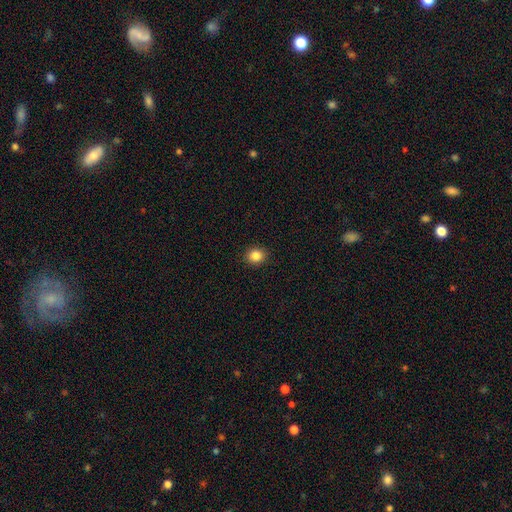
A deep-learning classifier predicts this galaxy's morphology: Smooth or featured: smooth — 85% (star or artifact — 11%)
How rounded: round — 78% (in between — 21%)
Merging: none — 91% (minor disturbance — 6%)